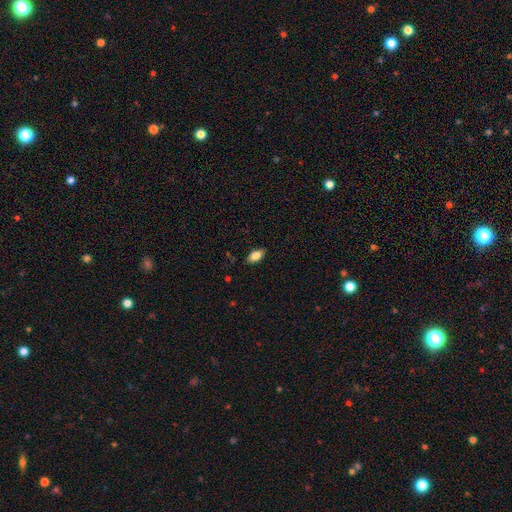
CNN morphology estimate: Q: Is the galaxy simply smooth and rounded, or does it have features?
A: smooth — 79%.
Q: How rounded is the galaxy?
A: in between — 90%.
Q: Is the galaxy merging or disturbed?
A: none — 87%.